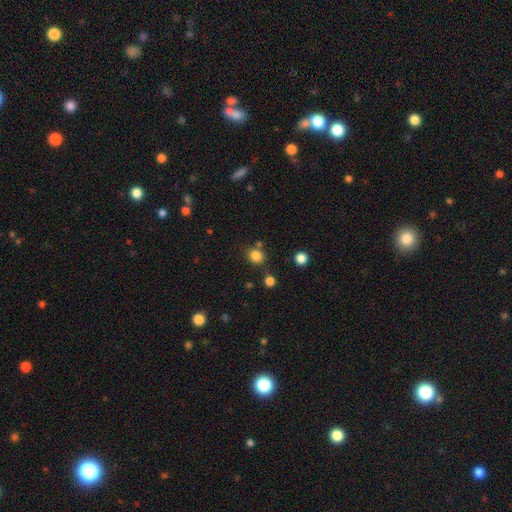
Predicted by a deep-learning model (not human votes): smooth 82%, star or artifact 13%, featured or disk 4%. Down the decision tree: how rounded — round (75%); merging — none (78%).